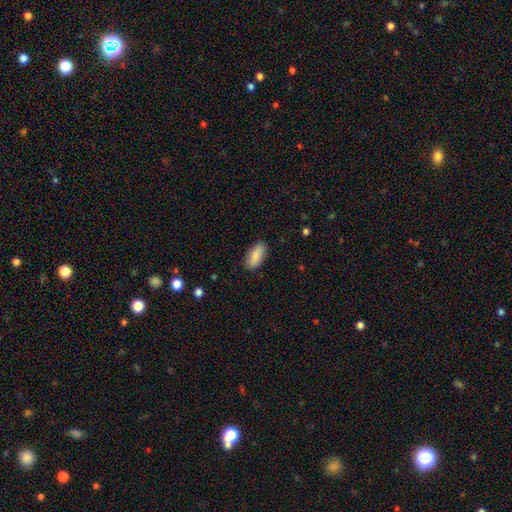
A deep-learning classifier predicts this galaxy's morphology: Q: Smooth or featured?
A: smooth (84%); runner-up: featured or disk (10%)
Q: How rounded?
A: in between (84%); runner-up: cigar-shaped (13%)
Q: Merging?
A: none (85%); runner-up: minor disturbance (11%)